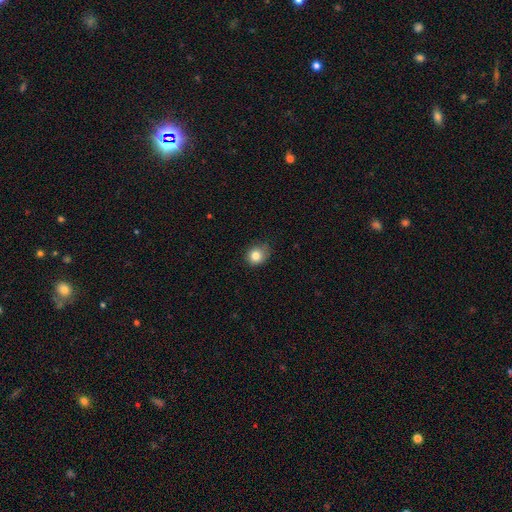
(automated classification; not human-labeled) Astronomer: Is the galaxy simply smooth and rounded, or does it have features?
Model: smooth — 82%.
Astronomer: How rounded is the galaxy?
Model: round — 75%.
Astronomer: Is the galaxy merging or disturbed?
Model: none — 68%.